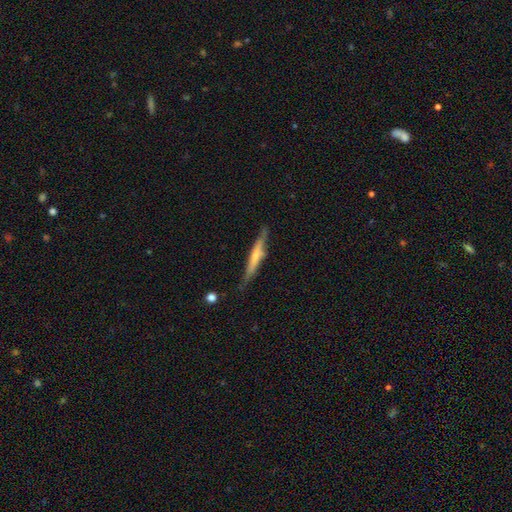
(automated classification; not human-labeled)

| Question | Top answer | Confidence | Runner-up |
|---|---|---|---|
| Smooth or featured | featured or disk | 47% | tied: smooth (47%) |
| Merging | none | 73% | minor disturbance (20%) |